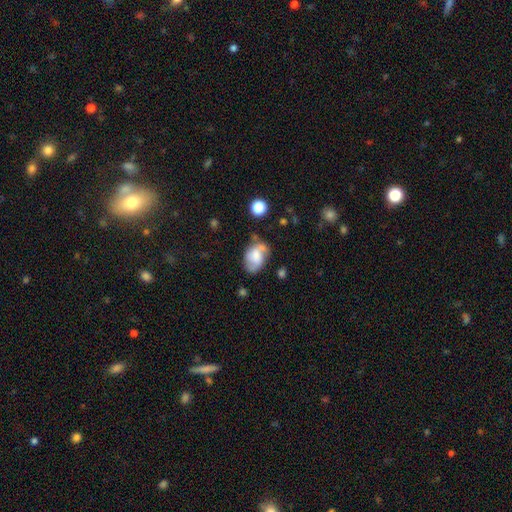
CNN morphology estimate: type=smooth (47%); merging=none (51%).